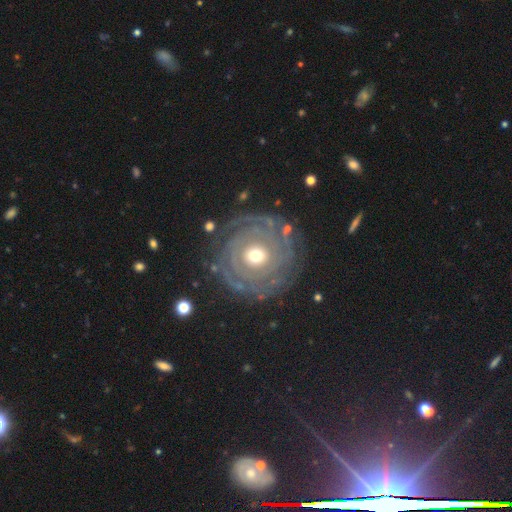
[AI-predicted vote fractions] Smooth or featured? featured or disk (83%)
Edge-on disk? no (97%)
Bar? no (80%)
Spiral arms? yes (89%)
Spiral winding? tight (82%)
Spiral arm count? can't tell (35%)
Bulge size? moderate (66%)
Merging? none (78%)